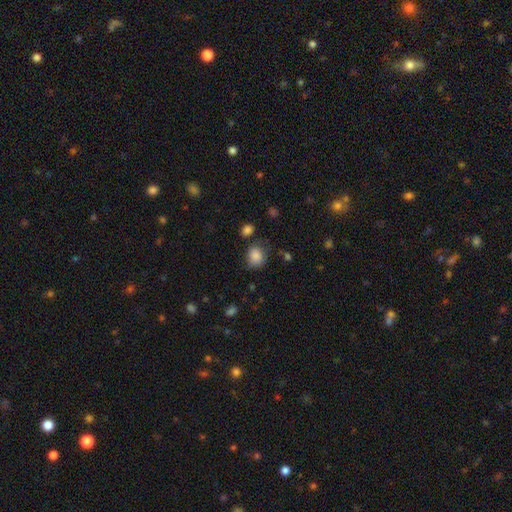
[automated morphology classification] Smooth or featured? Predicted: smooth (p=0.86). How rounded? Predicted: round (p=0.67). Merging? Predicted: none (p=0.69).